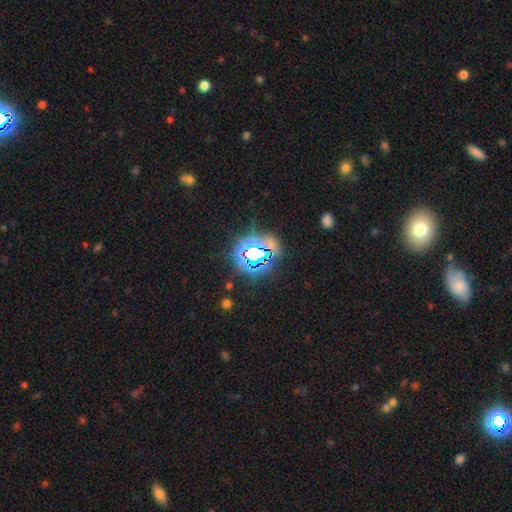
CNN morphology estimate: A star or artifact, not a galaxy (72%).

Vote fractions:
- Smooth or featured? star or artifact: 72% / smooth: 16% / featured or disk: 12%